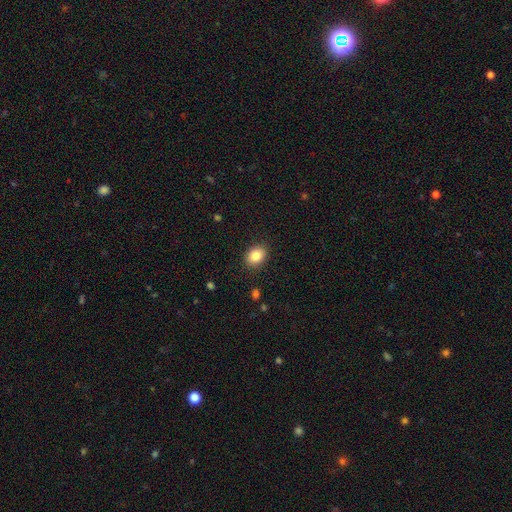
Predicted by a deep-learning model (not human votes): smooth 84%, star or artifact 9%, featured or disk 7%. Down the decision tree: how rounded — in between (64%); merging — none (88%).